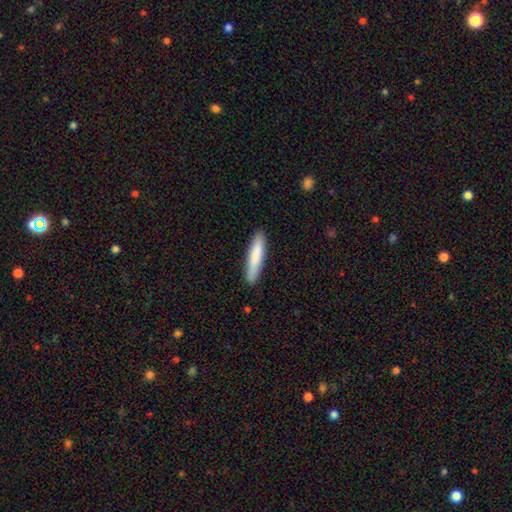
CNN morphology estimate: A smooth galaxy with no disk features (82%) that is cigar-shaped (88%).

Vote fractions:
- Smooth or featured? smooth: 82% / featured or disk: 12% / star or artifact: 5%
- How rounded? cigar-shaped: 88% / in between: 11% / round: 1%
- Merging? none: 89% / minor disturbance: 8% / major disturbance: 2% / merger: 1%